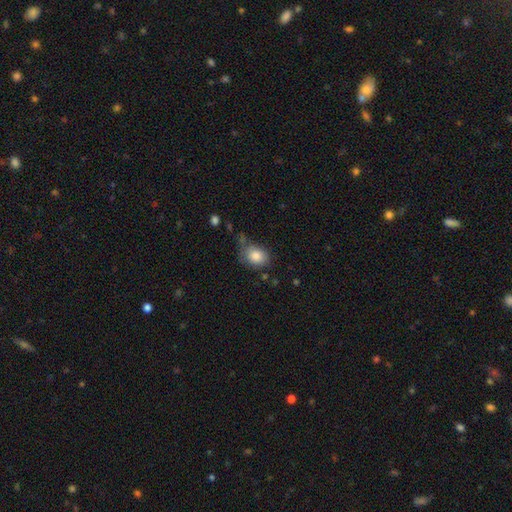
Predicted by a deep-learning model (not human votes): A smooth galaxy with no disk features (84%) that is in between round and cigar-shaped (62%).

Vote fractions:
- Smooth or featured? smooth: 84% / star or artifact: 8% / featured or disk: 8%
- How rounded? in between: 62% / round: 37% / cigar-shaped: 1%
- Merging? none: 60% / minor disturbance: 26% / major disturbance: 8% / merger: 6%